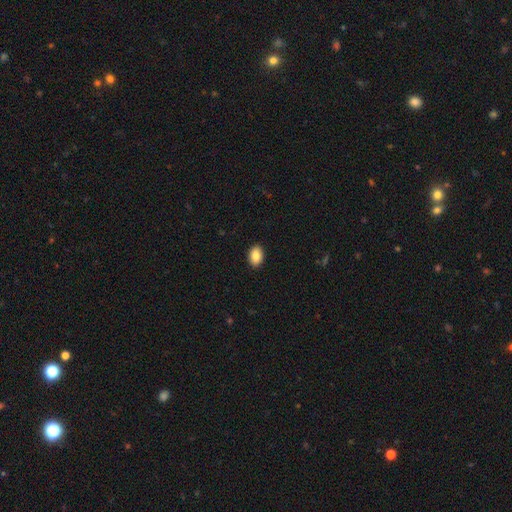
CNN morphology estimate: This appears to be a smooth galaxy with no disk features (87%) that is in between round and cigar-shaped (82%). Merging: none (91%).